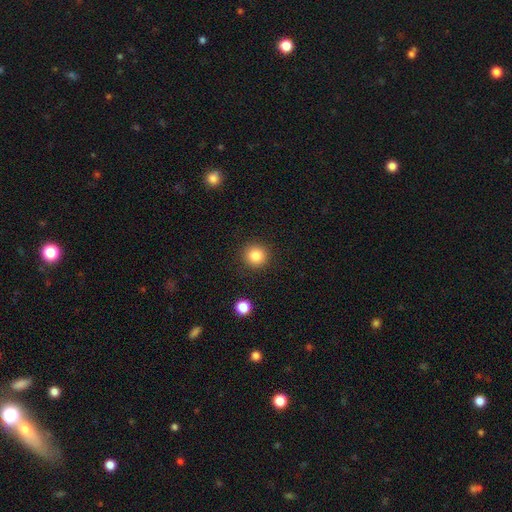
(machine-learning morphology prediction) Q: Smooth or featured?
A: smooth (85%); runner-up: star or artifact (10%)
Q: How rounded?
A: round (93%); runner-up: in between (6%)
Q: Merging?
A: none (90%); runner-up: minor disturbance (6%)